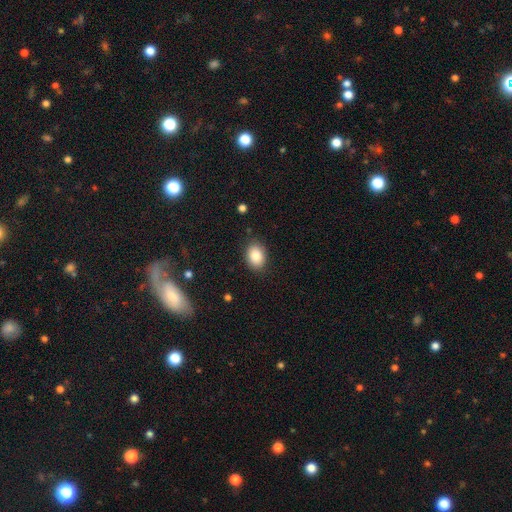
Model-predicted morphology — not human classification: Smooth or featured? Predicted: smooth (p=0.86). How rounded? Predicted: in between (p=0.78). Merging? Predicted: none (p=0.84).